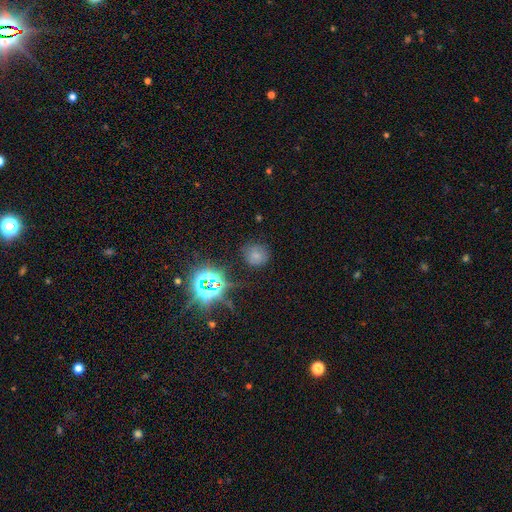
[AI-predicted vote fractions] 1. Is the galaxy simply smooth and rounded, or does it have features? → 63% smooth, 27% star or artifact, 10% featured or disk.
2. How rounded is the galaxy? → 85% round, 14% in between, 1% cigar-shaped.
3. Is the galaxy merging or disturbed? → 77% none, 15% minor disturbance, 6% major disturbance, 2% merger.